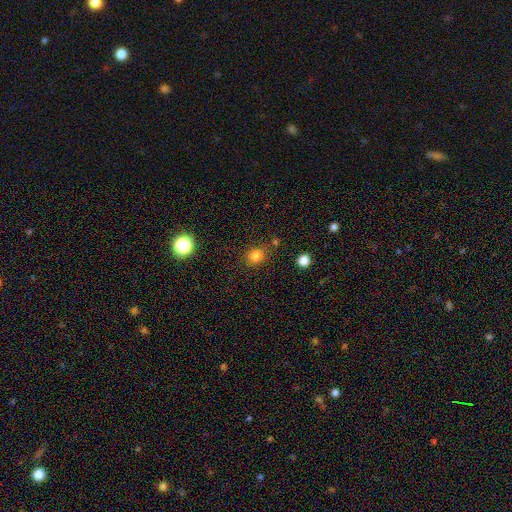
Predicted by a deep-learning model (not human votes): Morphology: type=smooth (80%); roundness=round (74%); merging=none (81%).